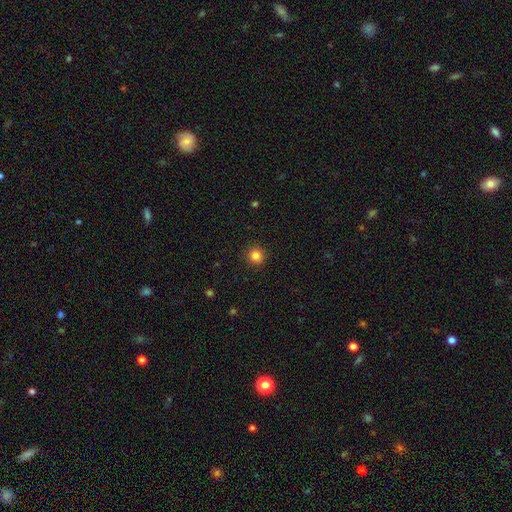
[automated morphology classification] A smooth galaxy with no disk features (84%) that is round (91%). Merging: none (91%).